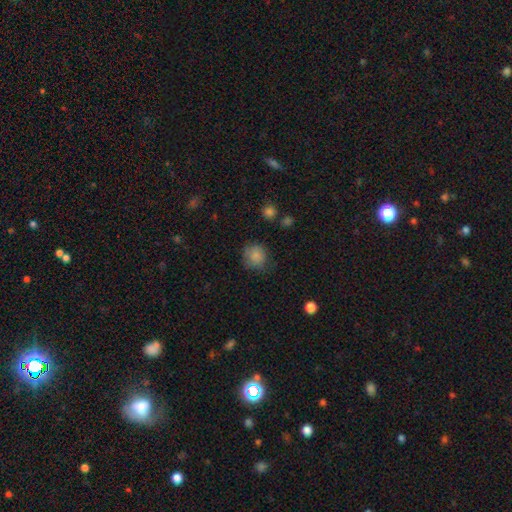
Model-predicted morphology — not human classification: This is clearly a smooth galaxy (85%). How rounded: clearly round (86%). Merging: likely none (74%).